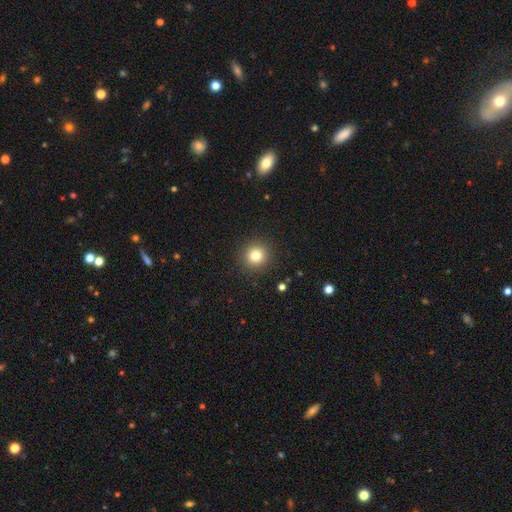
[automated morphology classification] A smooth galaxy with no disk features (80%) that is round (94%).

Vote fractions:
- Smooth or featured? smooth: 80% / star or artifact: 13% / featured or disk: 7%
- How rounded? round: 94% / in between: 5% / cigar-shaped: 1%
- Merging? none: 92% / minor disturbance: 5% / major disturbance: 2% / merger: 1%